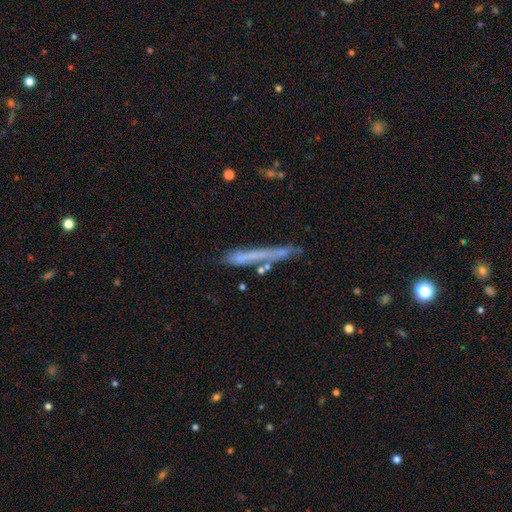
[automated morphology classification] The model was most divided on "smooth or featured": smooth: 52%, featured or disk: 39%, star or artifact: 9%. More confident: how rounded — cigar-shaped (95%); merging — none (67%).